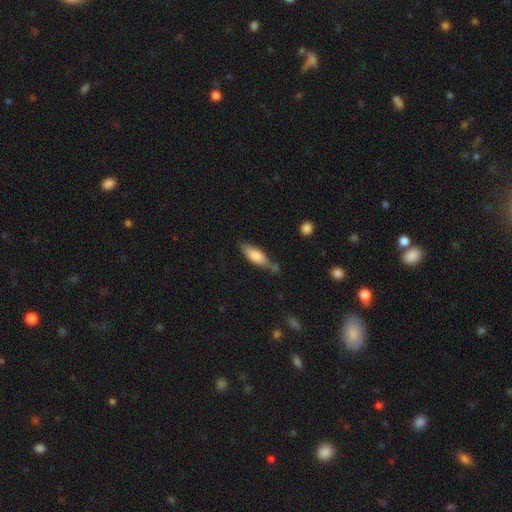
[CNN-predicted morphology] smooth_or_featured: smooth (p=0.76) [alt: featured or disk p=0.18]
how_rounded: in between (p=0.58) [alt: cigar-shaped p=0.39]
merging: none (p=0.52) [alt: minor disturbance p=0.29]